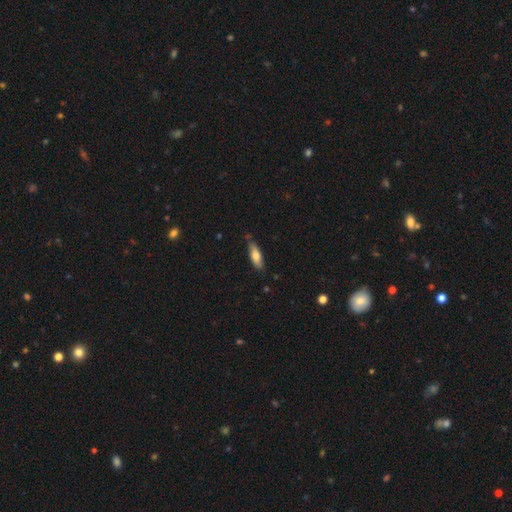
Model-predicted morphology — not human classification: type=smooth (72%); roundness=in between (51%); merging=none (74%).